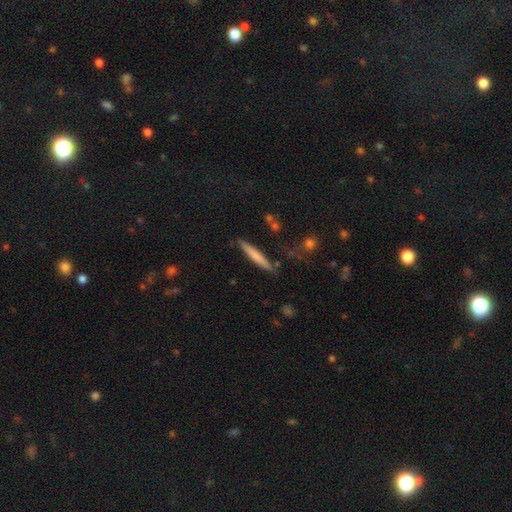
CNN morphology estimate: Smooth or featured?
  - smooth: 66% *
  - featured or disk: 28%
  - star or artifact: 6%
How rounded?
  - cigar-shaped: 94% *
  - in between: 4%
  - round: 1%
Merging?
  - none: 83% *
  - minor disturbance: 12%
  - merger: 3%
  - major disturbance: 2%